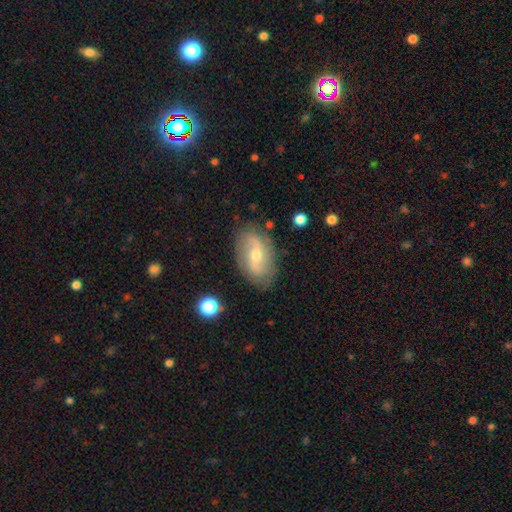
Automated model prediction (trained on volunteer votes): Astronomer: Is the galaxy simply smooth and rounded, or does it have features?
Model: featured or disk — 69%.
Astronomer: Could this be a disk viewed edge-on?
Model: no — 93%.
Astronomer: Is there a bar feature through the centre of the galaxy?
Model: weak — 41% (runner-up: no, 39%).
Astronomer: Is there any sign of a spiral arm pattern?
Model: yes — 83%.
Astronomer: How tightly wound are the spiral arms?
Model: loose — 50% (runner-up: medium, 33%).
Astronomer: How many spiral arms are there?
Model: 2 — 84%.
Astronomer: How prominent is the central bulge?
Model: moderate — 49% (runner-up: small, 47%).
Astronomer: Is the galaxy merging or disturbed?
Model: none — 81%.